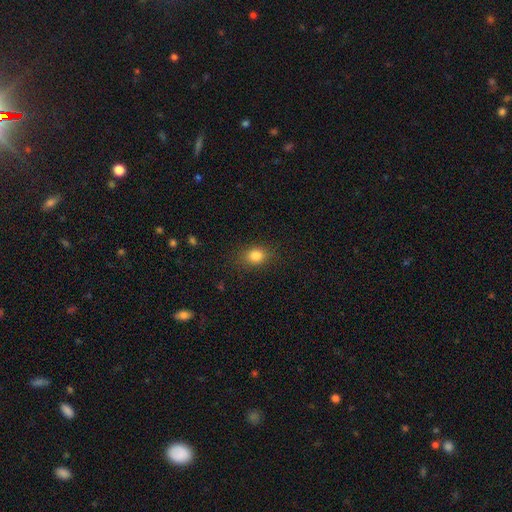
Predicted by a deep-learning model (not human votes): Smooth or featured: smooth — 82% (star or artifact — 11%)
How rounded: in between — 51% (round — 47%)
Merging: none — 83% (minor disturbance — 12%)